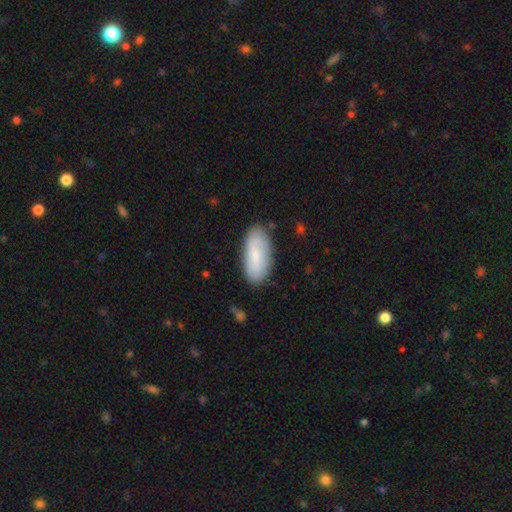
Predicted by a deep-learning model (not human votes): Smooth or featured? smooth (74%)
How rounded? in between (86%)
Merging? none (84%)